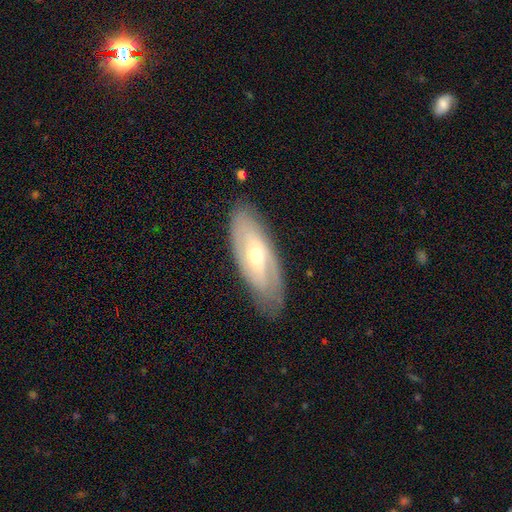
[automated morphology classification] smooth_or_featured: featured or disk (p=0.66) [alt: smooth p=0.27]
disk_edge_on: no (p=0.83) [alt: yes p=0.17]
bar: no (p=0.58) [alt: weak p=0.31]
has_spiral_arms: yes (p=0.67) [alt: no p=0.33]
bulge_size: moderate (p=0.57) [alt: small p=0.38]
merging: none (p=0.80) [alt: minor disturbance p=0.15]